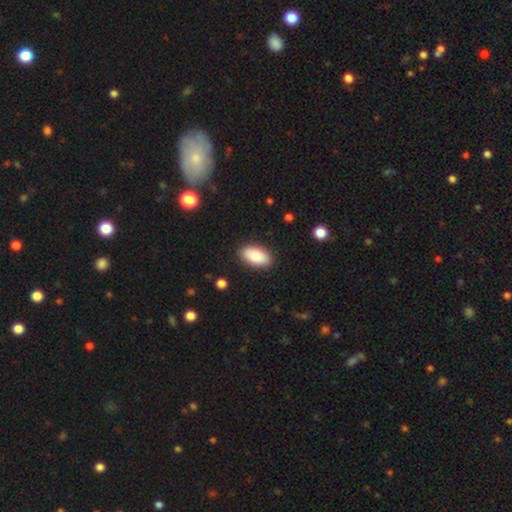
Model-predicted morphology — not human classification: Smooth or featured? Predicted: smooth (p=0.81). How rounded? Predicted: in between (p=0.94). Merging? Predicted: none (p=0.88).